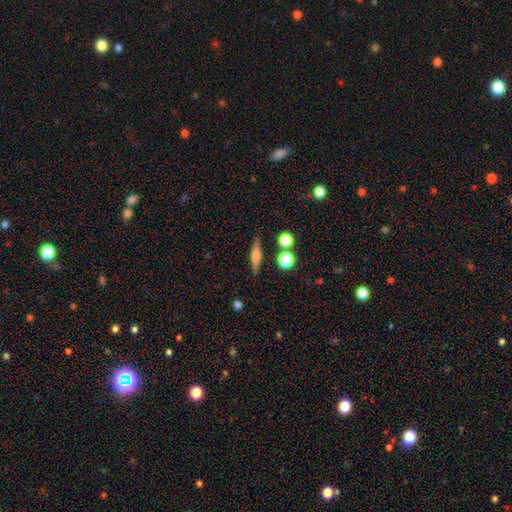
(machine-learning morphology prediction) Overall: featured or disk (53%; smooth 38%). Edge-on disk: yes (95%). Edge-on bulge: rounded (77%). Merging: none (83%).